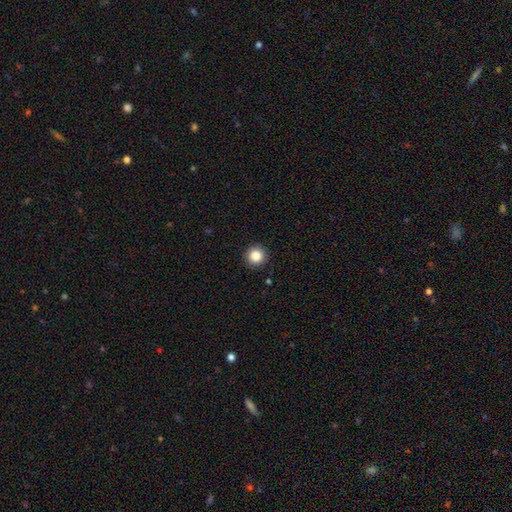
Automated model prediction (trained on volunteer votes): Smooth or featured?
  - smooth: 86% *
  - star or artifact: 10%
  - featured or disk: 4%
How rounded?
  - round: 95% *
  - in between: 4%
  - cigar-shaped: 1%
Merging?
  - none: 92% *
  - minor disturbance: 5%
  - major disturbance: 2%
  - merger: 1%